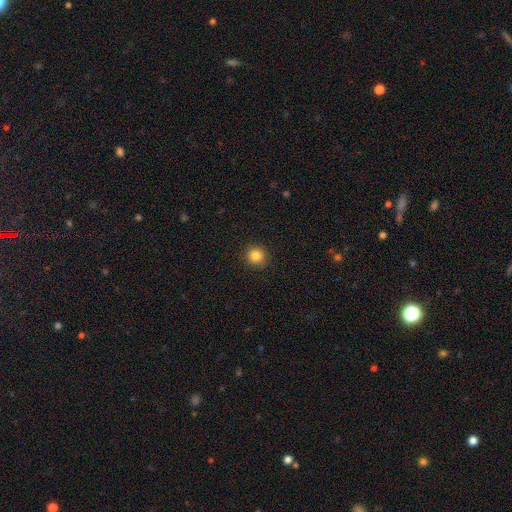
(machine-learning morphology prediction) smooth 84%, star or artifact 11%, featured or disk 4%. Down the decision tree: how rounded — round (94%); merging — none (91%).